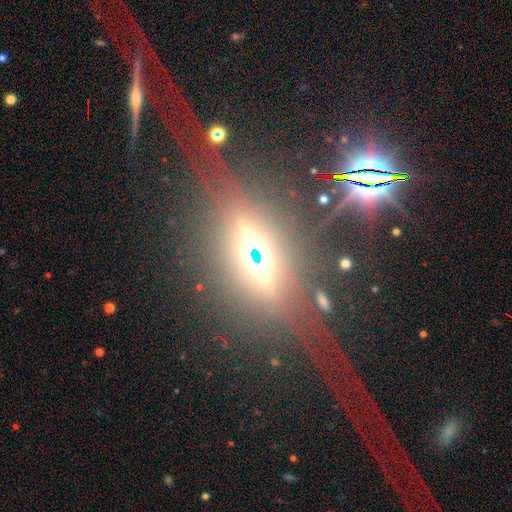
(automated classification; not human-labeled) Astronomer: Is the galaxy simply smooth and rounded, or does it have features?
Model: featured or disk — 54% (runner-up: star or artifact, 31%).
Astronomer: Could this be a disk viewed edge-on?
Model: yes — 86%.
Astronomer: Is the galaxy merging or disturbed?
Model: none — 78%.